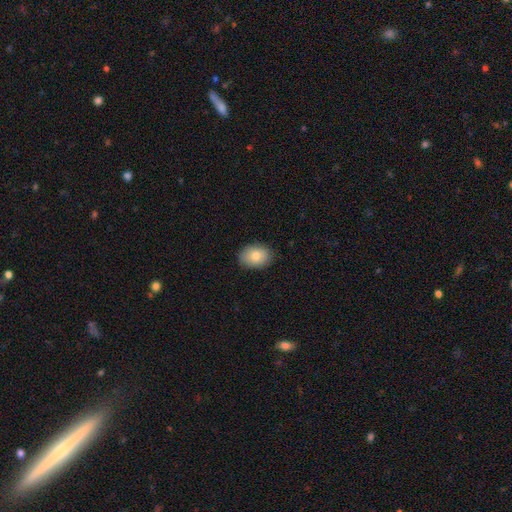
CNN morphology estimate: Smooth or featured? Predicted: smooth (p=0.81). How rounded? Predicted: in between (p=0.77). Merging? Predicted: none (p=0.87).